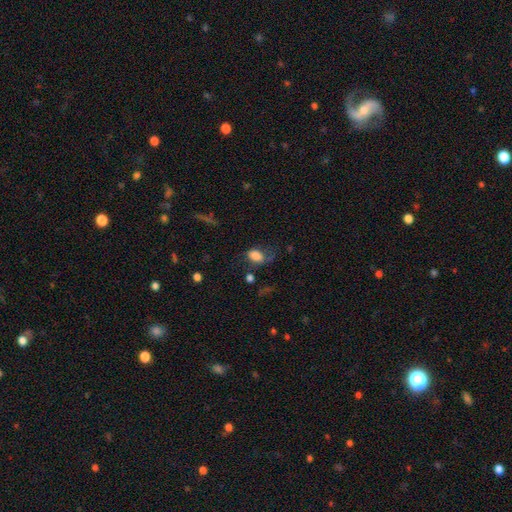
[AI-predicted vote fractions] smooth_or_featured: smooth (p=0.78) [alt: featured or disk p=0.12]
how_rounded: in between (p=0.84) [alt: round p=0.15]
merging: none (p=0.42) [alt: minor disturbance p=0.27]